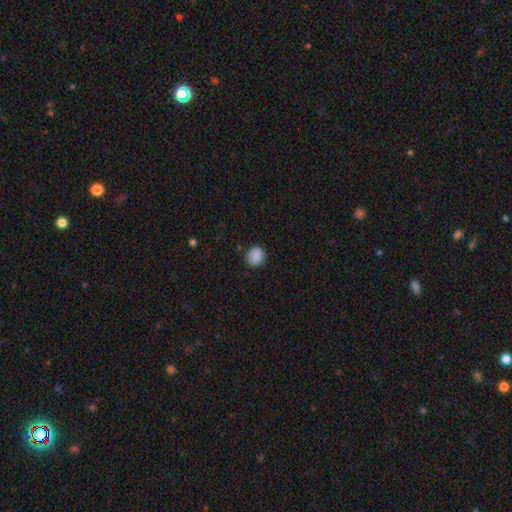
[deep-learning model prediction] Morphology: type=smooth (88%); roundness=round (85%); merging=none (85%).